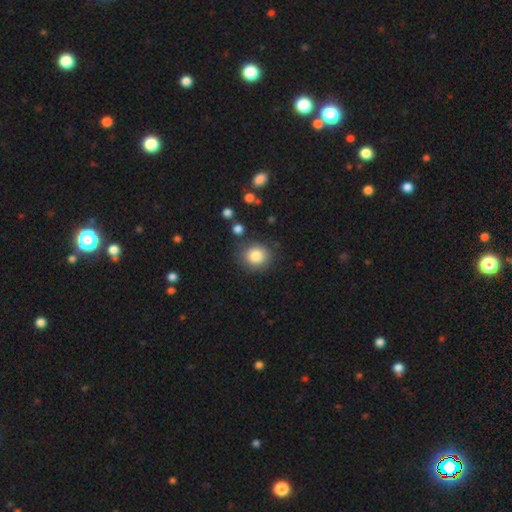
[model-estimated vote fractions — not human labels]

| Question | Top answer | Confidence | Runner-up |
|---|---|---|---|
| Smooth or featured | smooth | 84% | star or artifact (9%) |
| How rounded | round | 82% | in between (17%) |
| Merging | none | 82% | minor disturbance (11%) |